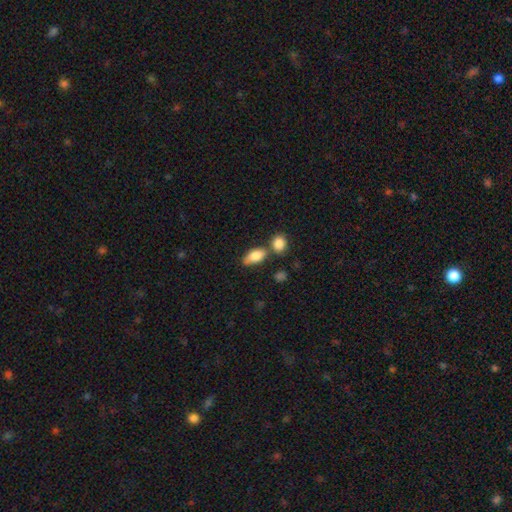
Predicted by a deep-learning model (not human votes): Smooth or featured? Predicted: smooth (p=0.83). How rounded? Predicted: in between (p=0.87). Merging? Predicted: none (p=0.52).